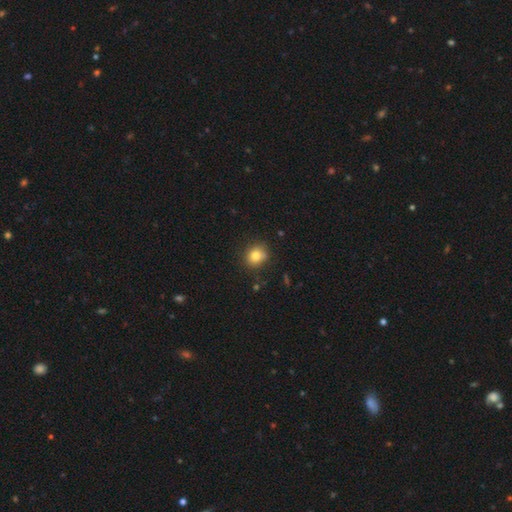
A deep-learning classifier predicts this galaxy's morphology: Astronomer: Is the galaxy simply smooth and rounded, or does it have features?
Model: smooth — 81%.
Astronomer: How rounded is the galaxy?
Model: round — 73%.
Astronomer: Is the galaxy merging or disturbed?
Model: none — 79%.